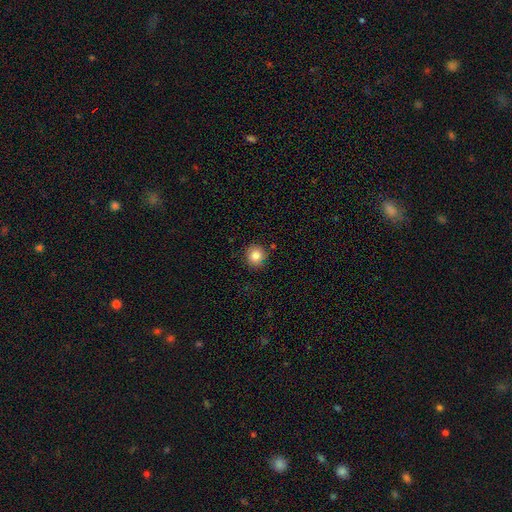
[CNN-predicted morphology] This is clearly a smooth galaxy (84%). How rounded: clearly round (93%). Merging: clearly none (88%).